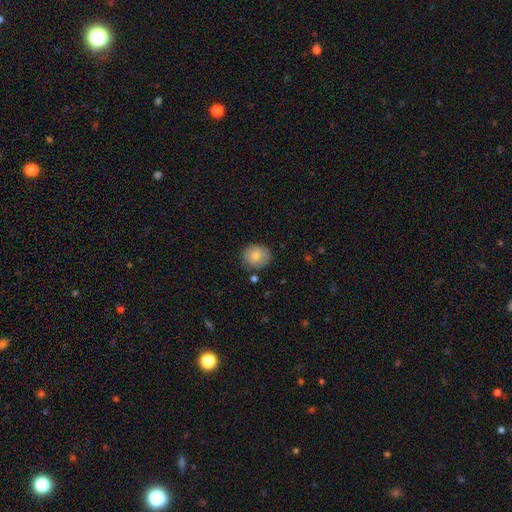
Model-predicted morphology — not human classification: Smooth or featured?
  - smooth: 80% *
  - featured or disk: 11%
  - star or artifact: 8%
How rounded?
  - round: 74% *
  - in between: 25%
  - cigar-shaped: 1%
Merging?
  - none: 82% *
  - minor disturbance: 13%
  - merger: 3%
  - major disturbance: 3%